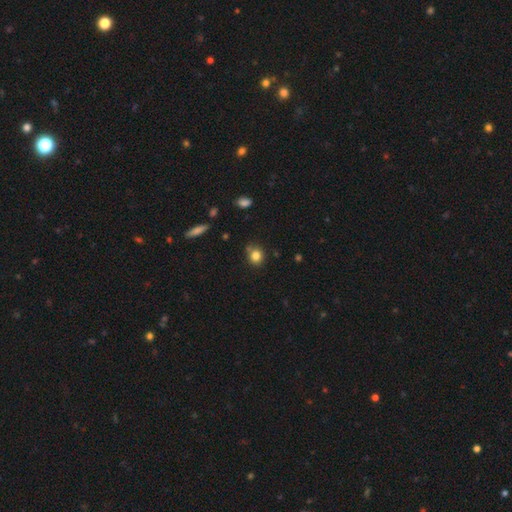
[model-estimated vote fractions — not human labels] Overall: smooth (82%). How rounded: round (75%). Merging: none (74%).